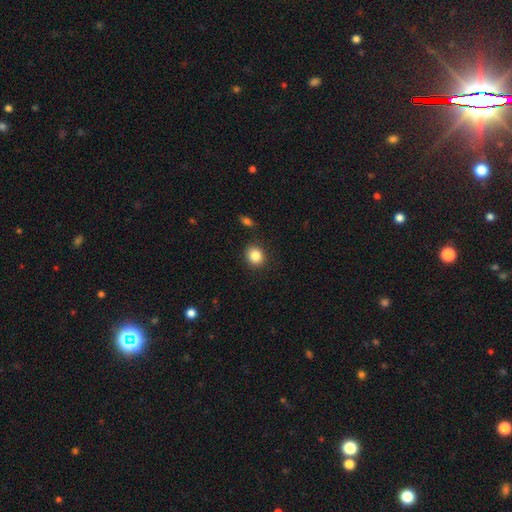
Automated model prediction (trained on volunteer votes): Smooth or featured: smooth — 85% (star or artifact — 10%)
How rounded: round — 74% (in between — 25%)
Merging: none — 88% (minor disturbance — 8%)